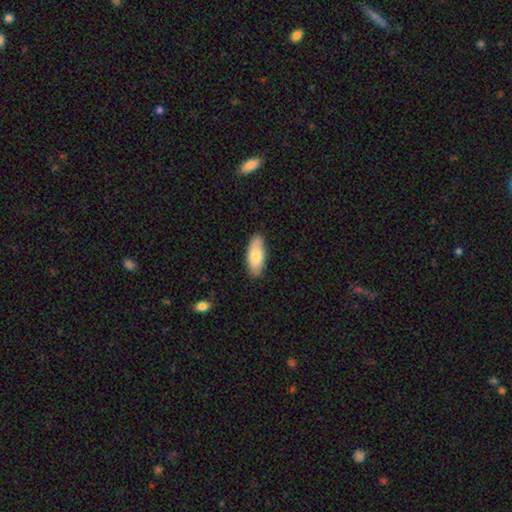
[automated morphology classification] Smooth or featured: smooth — 77% (featured or disk — 18%)
How rounded: in between — 83% (cigar-shaped — 15%)
Merging: none — 85% (minor disturbance — 12%)